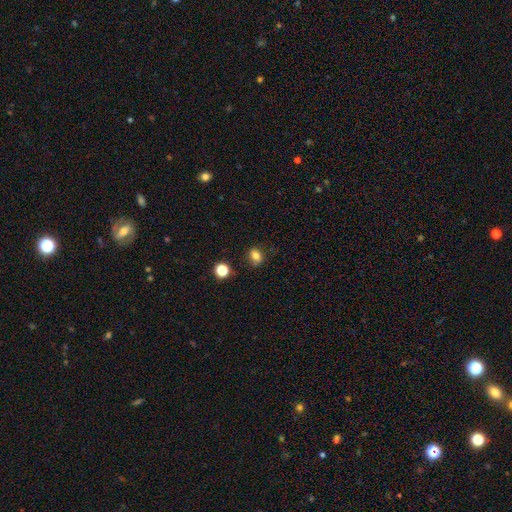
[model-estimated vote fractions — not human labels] A smooth galaxy with no disk features (79%) that is in between round and cigar-shaped (54%). Merging: none (76%).